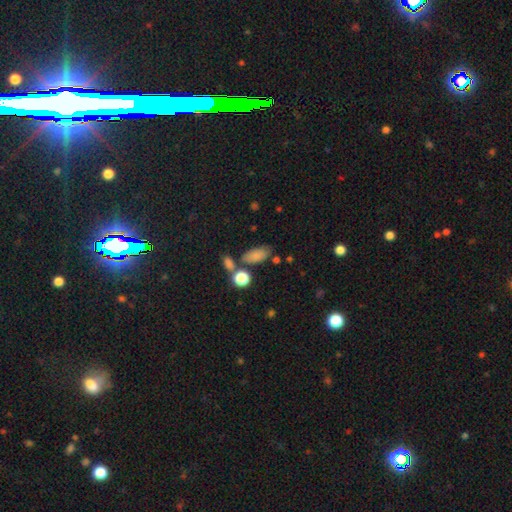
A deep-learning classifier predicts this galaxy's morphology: This appears to be a smooth galaxy with no disk features (80%) that is in between round and cigar-shaped (87%). Merging: none (62%).